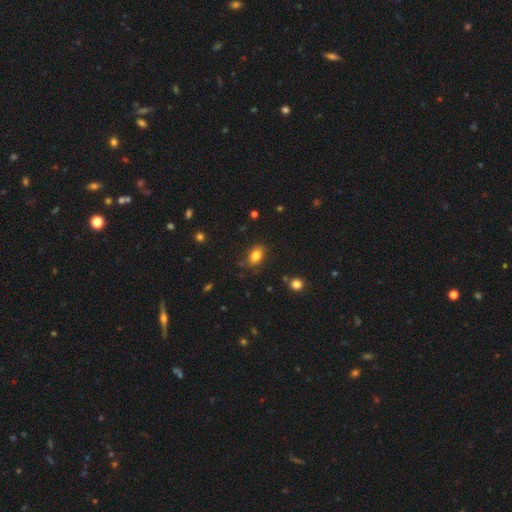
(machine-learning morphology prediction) A smooth galaxy with no disk features (83%) that is in between round and cigar-shaped (84%). Merging: none (81%).